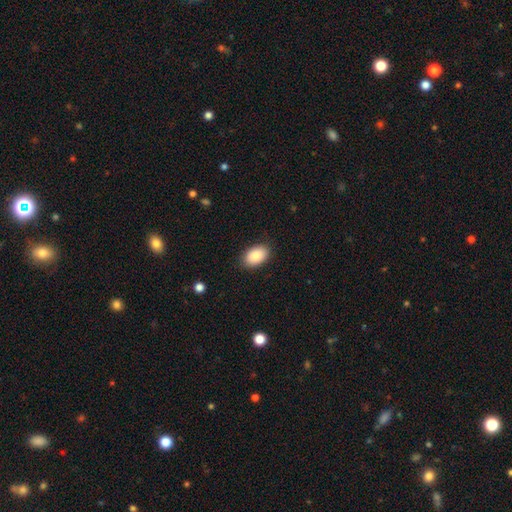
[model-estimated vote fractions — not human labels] This is clearly a smooth galaxy (88%). How rounded: clearly in between (92%). Merging: clearly none (87%).